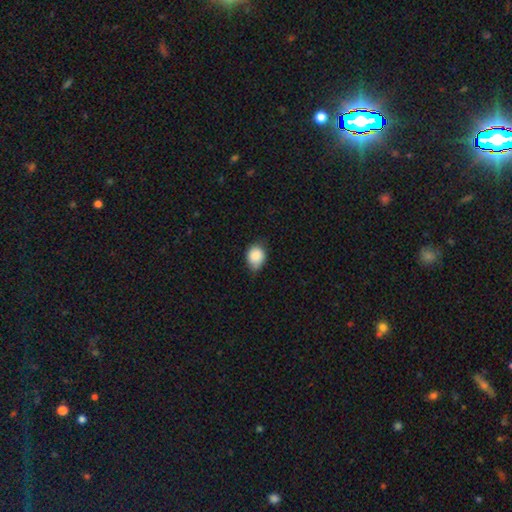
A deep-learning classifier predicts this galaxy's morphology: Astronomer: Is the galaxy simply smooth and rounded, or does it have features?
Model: smooth — 86%.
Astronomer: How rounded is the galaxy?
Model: in between — 50% (runner-up: round, 49%).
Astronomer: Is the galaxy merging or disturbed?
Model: none — 56% (runner-up: minor disturbance, 36%).